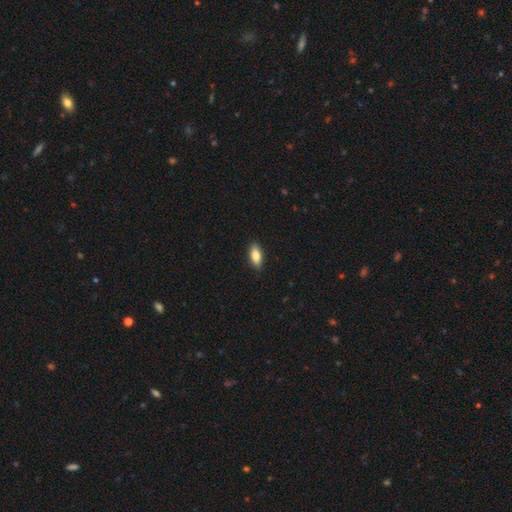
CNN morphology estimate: smooth_or_featured: smooth (p=0.82) [alt: featured or disk p=0.12]
how_rounded: in between (p=0.81) [alt: cigar-shaped p=0.16]
merging: none (p=0.88) [alt: minor disturbance p=0.09]